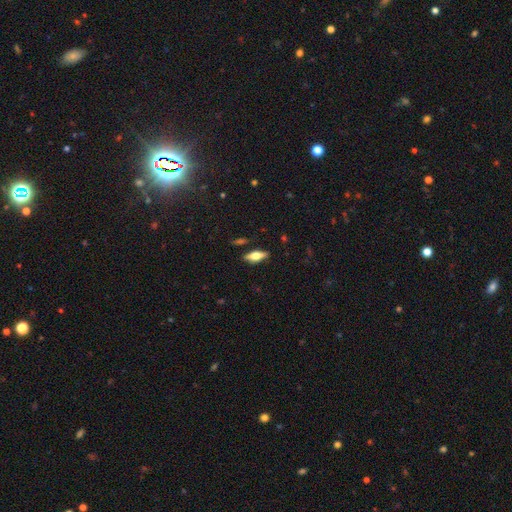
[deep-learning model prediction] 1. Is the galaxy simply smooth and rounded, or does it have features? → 46% smooth (tied), 46% featured or disk (tied), 7% star or artifact.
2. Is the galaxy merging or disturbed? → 86% none, 10% minor disturbance, 2% major disturbance, 2% merger.